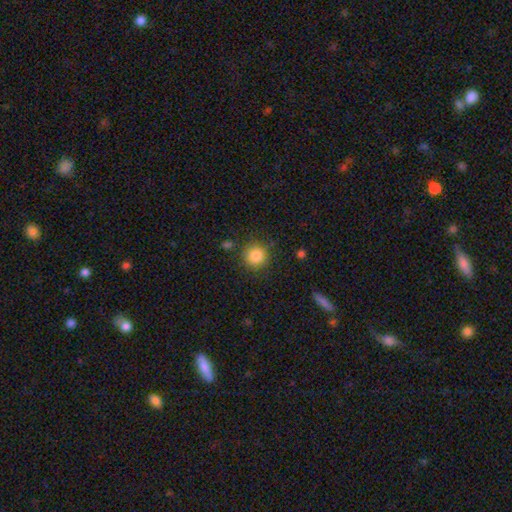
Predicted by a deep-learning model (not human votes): Overall: smooth (85%). How rounded: round (93%). Merging: none (85%).